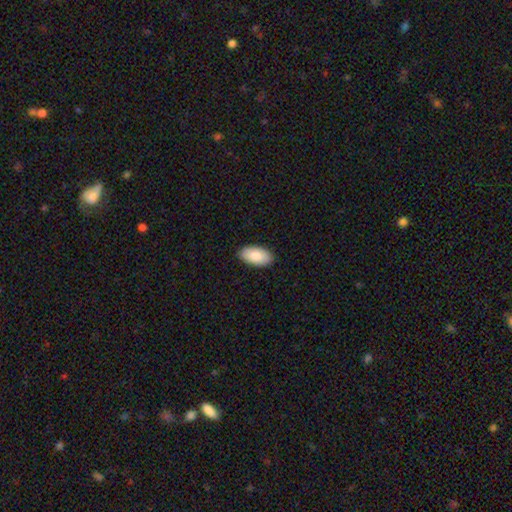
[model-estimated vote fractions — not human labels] A smooth galaxy with no disk features (88%) that is in between round and cigar-shaped (96%).

Vote fractions:
- Smooth or featured? smooth: 88% / featured or disk: 6% / star or artifact: 6%
- How rounded? in between: 96% / cigar-shaped: 2% / round: 2%
- Merging? none: 89% / minor disturbance: 9% / major disturbance: 2% / merger: 1%